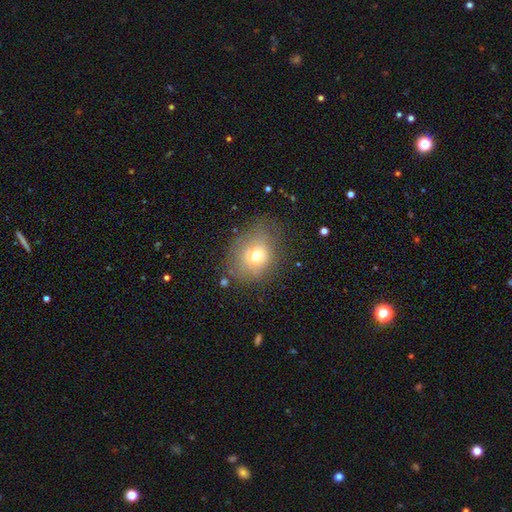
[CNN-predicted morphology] The model was most divided on "how rounded": round: 62%, in between: 37%, cigar-shaped: 1%. More confident: smooth or featured — smooth (68%); merging — none (64%).